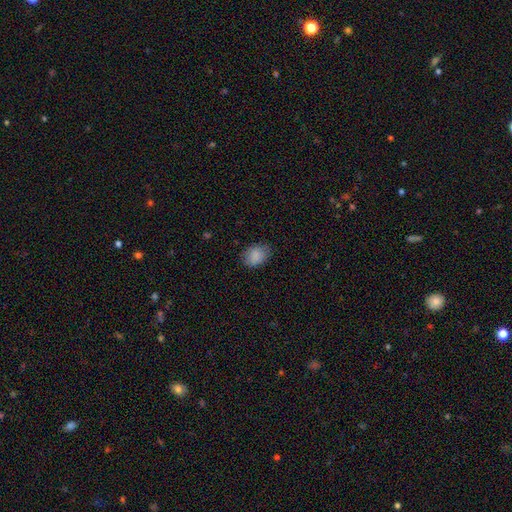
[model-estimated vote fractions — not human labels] Morphology: type=smooth (88%); roundness=in between (68%); merging=none (79%).